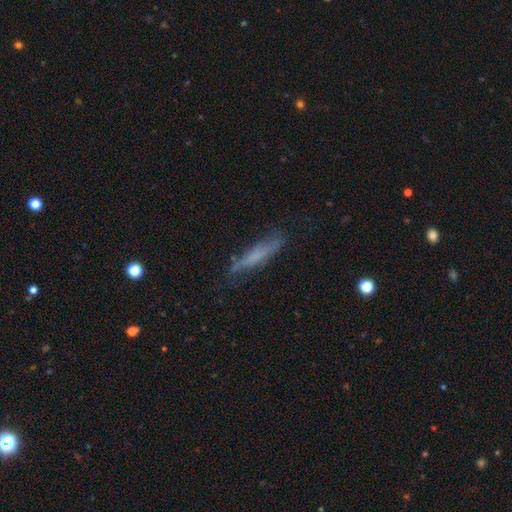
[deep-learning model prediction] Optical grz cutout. It shows a smooth galaxy with no disk features (49%). Merging: none (65%).